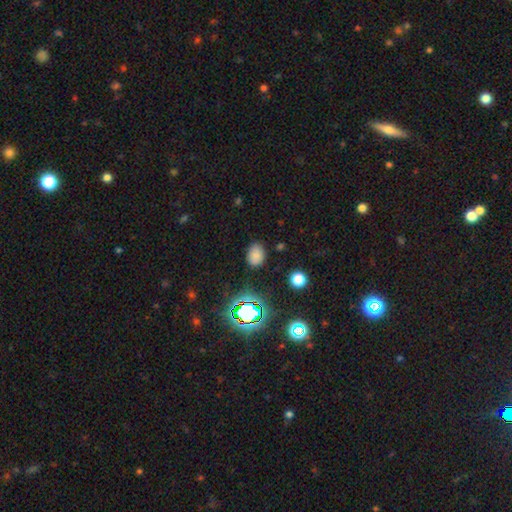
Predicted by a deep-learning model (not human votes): A smooth galaxy with no disk features (74%) that is in between round and cigar-shaped (67%).

Vote fractions:
- Smooth or featured? smooth: 74% / star or artifact: 19% / featured or disk: 7%
- How rounded? in between: 67% / round: 32% / cigar-shaped: 1%
- Merging? none: 81% / minor disturbance: 14% / major disturbance: 3% / merger: 2%